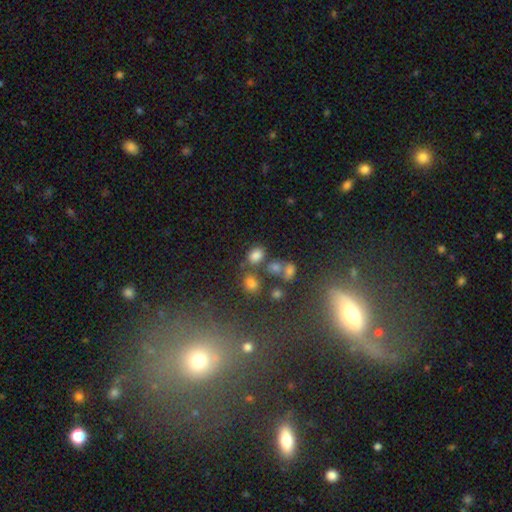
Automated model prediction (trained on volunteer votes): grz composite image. It shows a smooth galaxy with no disk features (76%) that is in between round and cigar-shaped (66%). Merging: none (62%).